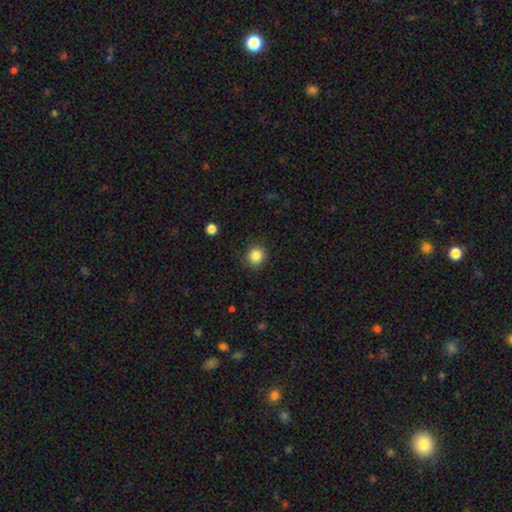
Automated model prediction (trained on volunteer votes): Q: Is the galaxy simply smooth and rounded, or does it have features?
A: smooth — 85%.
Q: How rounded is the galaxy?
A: round — 91%.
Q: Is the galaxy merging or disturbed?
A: none — 88%.